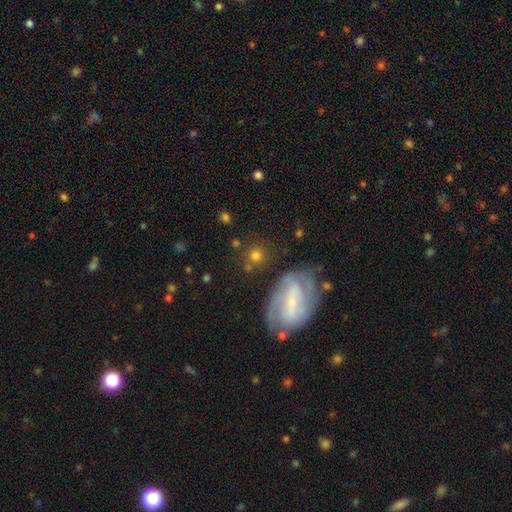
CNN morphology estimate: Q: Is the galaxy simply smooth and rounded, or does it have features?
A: smooth — 65%.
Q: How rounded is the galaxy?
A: round — 86%.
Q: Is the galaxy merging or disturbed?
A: none — 73%.